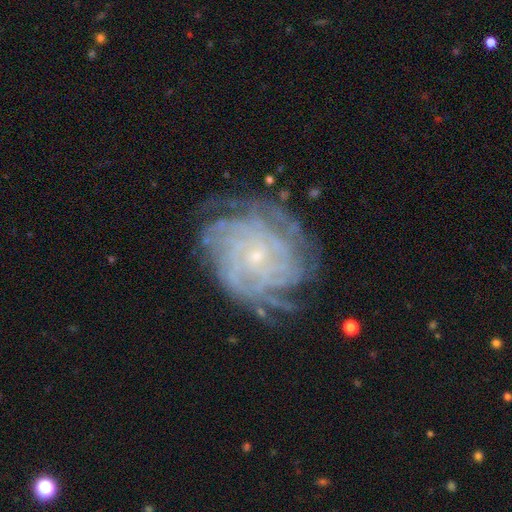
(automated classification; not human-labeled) This appears to be a featured or disk galaxy (84%) with no bar (76%), tight (78%) spiral arms (95%) and a small central bulge (86%). Merging: none (71%).